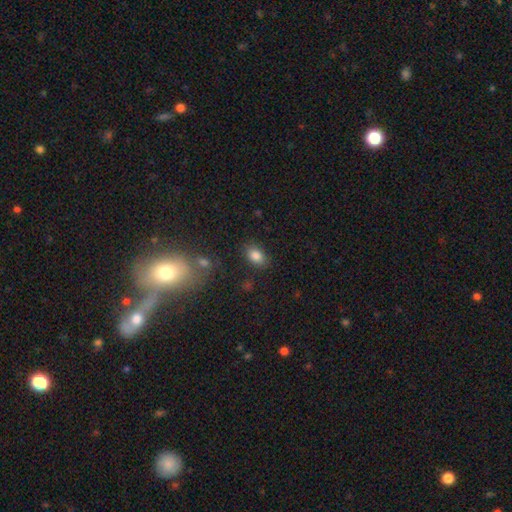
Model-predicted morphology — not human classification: Smooth or featured?
  - smooth: 83% *
  - star or artifact: 10%
  - featured or disk: 7%
How rounded?
  - in between: 83% *
  - round: 15%
  - cigar-shaped: 2%
Merging?
  - none: 80% *
  - minor disturbance: 13%
  - major disturbance: 4%
  - merger: 3%